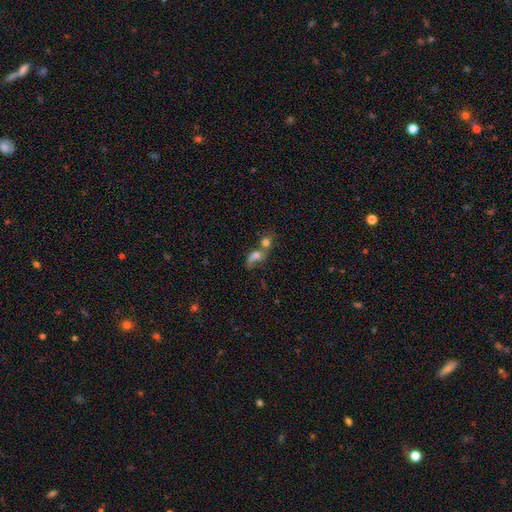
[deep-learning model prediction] smooth-or-featured: smooth: 62% | featured or disk: 25% | star or artifact: 13%
  how-rounded: in between: 53% | round: 41% | cigar-shaped: 6%
  merging: merger: 62% | none: 15% | major disturbance: 15% | minor disturbance: 8%